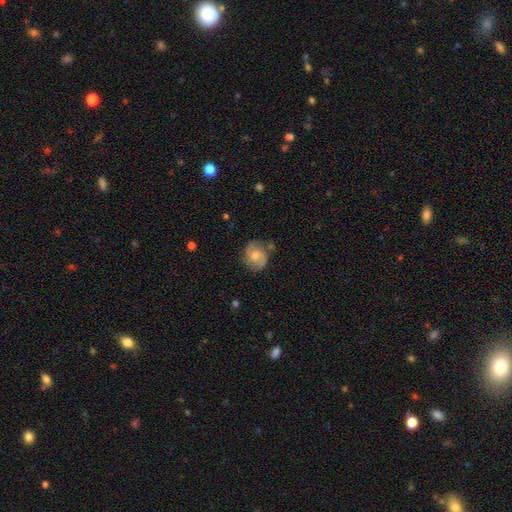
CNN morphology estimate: Smooth or featured: featured or disk — 62% (smooth — 31%)
Edge-on disk: no — 98% (yes — 2%)
Bar: no — 59% (weak — 35%)
Spiral arms: yes — 89% (no — 11%)
Spiral winding: medium — 48% (tight — 30%)
Spiral arm count: 2 — 85% (can't tell — 8%)
Bulge size: moderate — 62% (small — 29%)
Merging: none — 71% (minor disturbance — 19%)